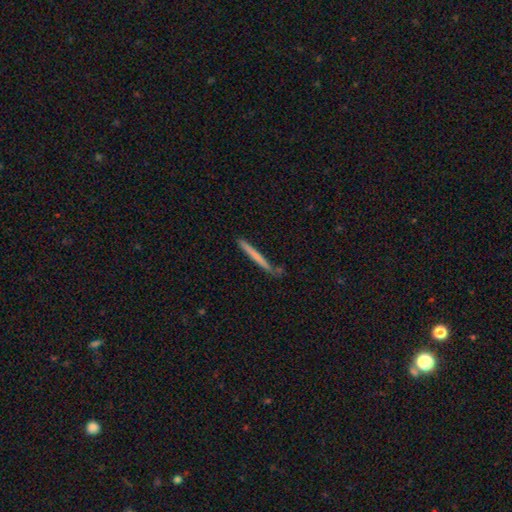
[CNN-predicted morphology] Overall: smooth (61%; featured or disk 33%). How rounded: cigar-shaped (97%). Merging: none (81%).